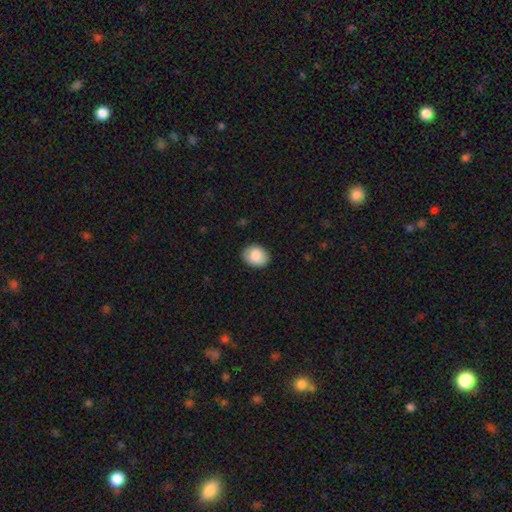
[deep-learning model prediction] Smooth or featured: smooth — 82% (featured or disk — 11%)
How rounded: in between — 53% (round — 46%)
Merging: none — 87% (minor disturbance — 10%)